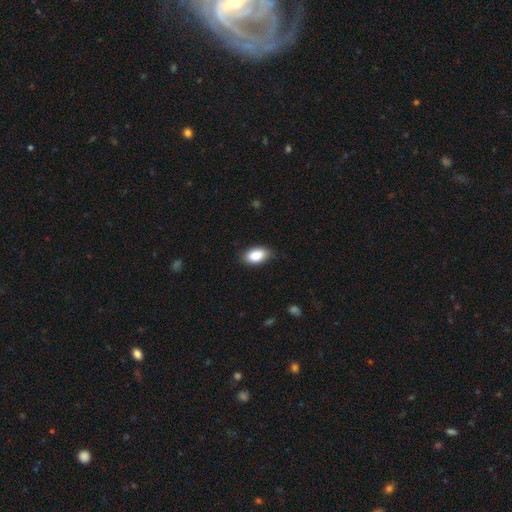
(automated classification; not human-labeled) Overall: smooth (86%). How rounded: in between (92%). Merging: none (83%).